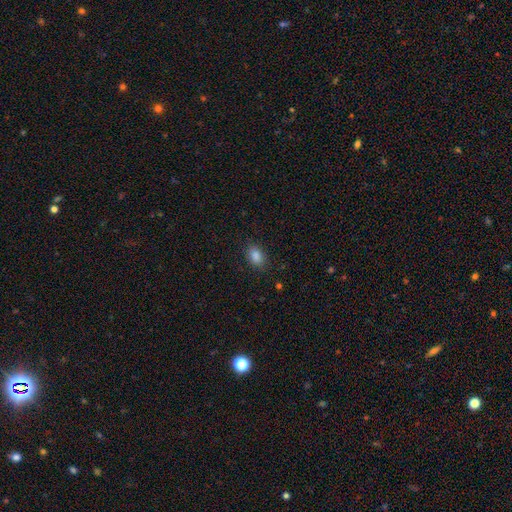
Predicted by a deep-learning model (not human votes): Overall: smooth (86%). How rounded: in between (85%). Merging: none (85%).